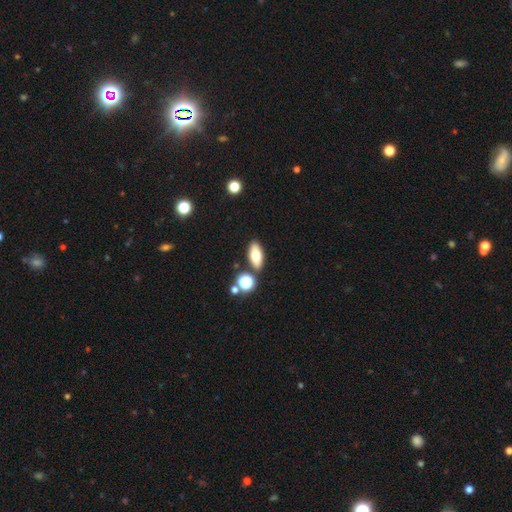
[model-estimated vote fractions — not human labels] smooth_or_featured: smooth (p=0.72) [alt: featured or disk p=0.19]
how_rounded: in between (p=0.78) [alt: cigar-shaped p=0.16]
merging: none (p=0.82) [alt: minor disturbance p=0.09]